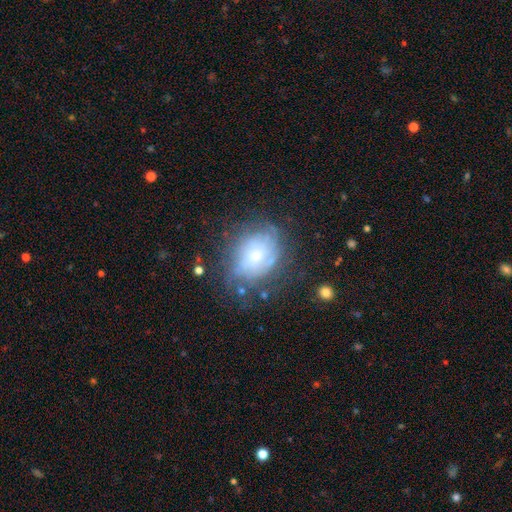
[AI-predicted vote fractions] A featured or disk galaxy (56%) with no bar (73%), spiral arms (69%) and a small central bulge (50%).

Vote fractions:
- Smooth or featured? featured or disk: 56% / smooth: 34% / star or artifact: 10%
- Edge-on disk? no: 96% / yes: 4%
- Bar? no: 73% / weak: 23% / strong: 4%
- Spiral arms? yes: 69% / no: 31%
- Bulge size? small: 50% / moderate: 37% / large: 7% / none: 4% / dominant: 2%
- Merging? none: 60% / minor disturbance: 24% / major disturbance: 14% / merger: 3%